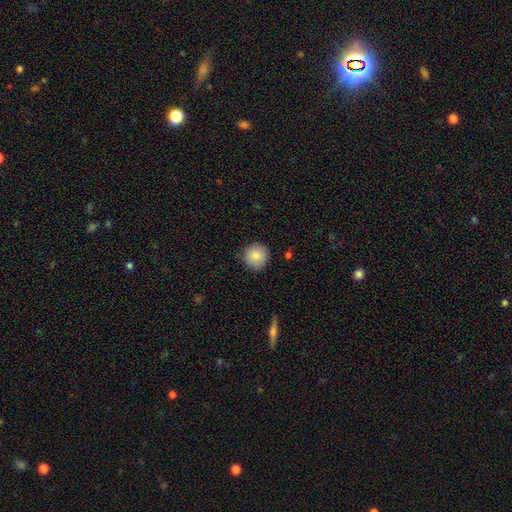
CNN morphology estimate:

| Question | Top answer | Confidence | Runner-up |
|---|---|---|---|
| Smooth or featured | smooth | 84% | star or artifact (8%) |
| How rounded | round | 94% | in between (5%) |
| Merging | none | 87% | minor disturbance (9%) |